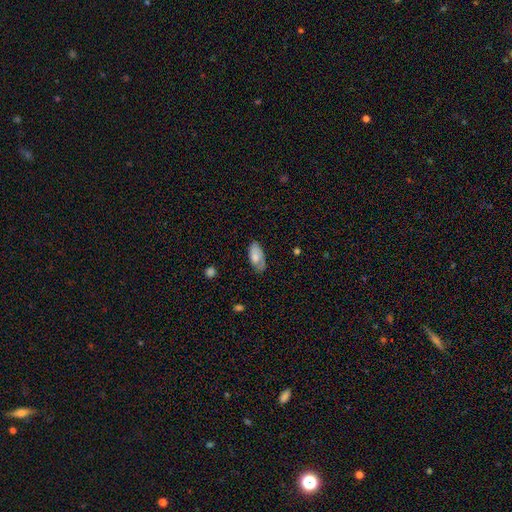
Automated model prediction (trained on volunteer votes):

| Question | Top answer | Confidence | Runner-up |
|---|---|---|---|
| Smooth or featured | smooth | 68% | featured or disk (25%) |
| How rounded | in between | 92% | cigar-shaped (6%) |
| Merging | none | 69% | minor disturbance (24%) |